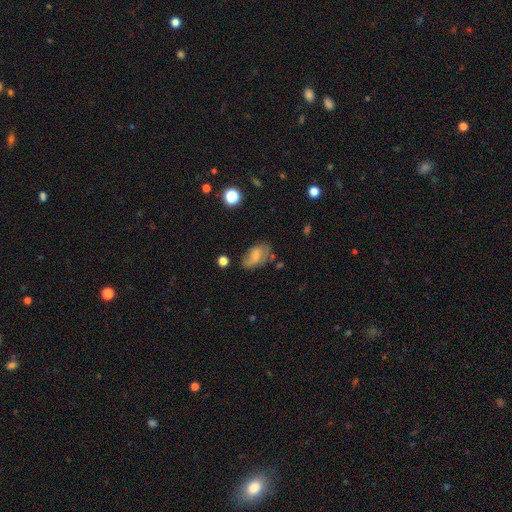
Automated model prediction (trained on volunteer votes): smooth-or-featured: smooth: 60% | featured or disk: 31% | star or artifact: 9%
  how-rounded: in between: 90% | round: 8% | cigar-shaped: 3%
  merging: none: 56% | minor disturbance: 28% | major disturbance: 11% | merger: 4%